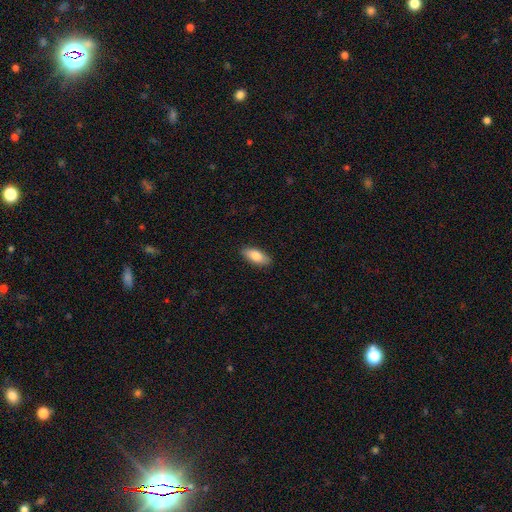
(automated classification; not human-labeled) Smooth or featured: smooth — 81% (featured or disk — 13%)
How rounded: in between — 84% (cigar-shaped — 14%)
Merging: none — 89% (minor disturbance — 9%)